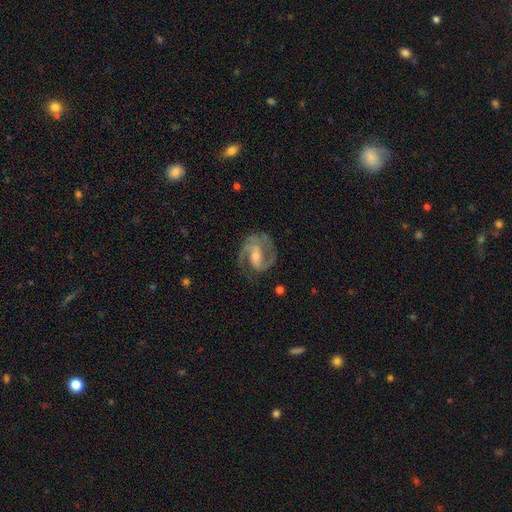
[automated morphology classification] Q: Smooth or featured?
A: featured or disk (89%); runner-up: smooth (6%)
Q: Edge-on disk?
A: no (98%); runner-up: yes (2%)
Q: Bar?
A: weak (46%); runner-up: no (28%)
Q: Spiral arms?
A: yes (97%); runner-up: no (3%)
Q: Spiral winding?
A: medium (57%); runner-up: tight (29%)
Q: Spiral arm count?
A: 2 (85%); runner-up: 3 (6%)
Q: Bulge size?
A: moderate (50%); runner-up: small (45%)
Q: Merging?
A: none (75%); runner-up: minor disturbance (16%)